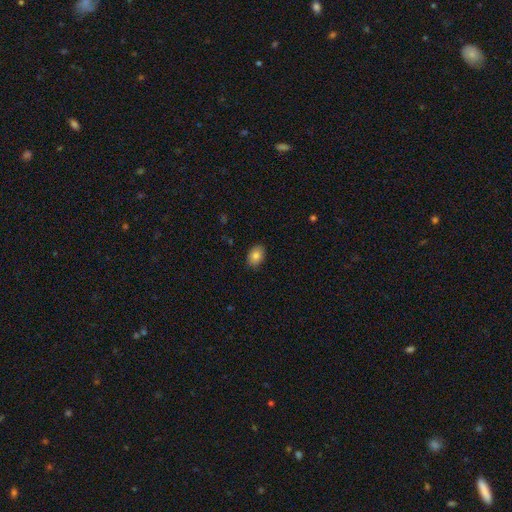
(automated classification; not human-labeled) This appears to be a smooth galaxy with no disk features (82%) that is in between round and cigar-shaped (79%). Merging: none (87%).